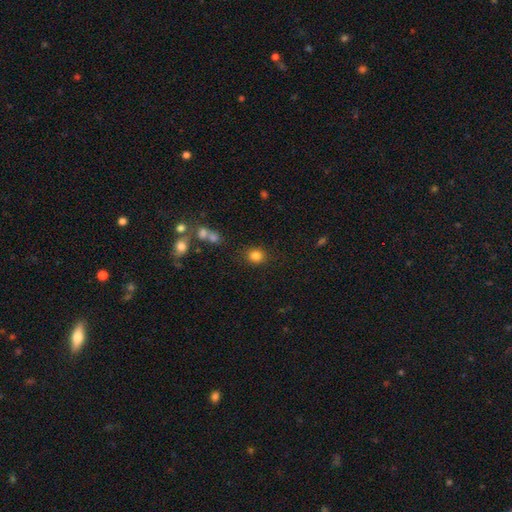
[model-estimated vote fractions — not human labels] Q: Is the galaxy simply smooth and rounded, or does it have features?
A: smooth — 83%.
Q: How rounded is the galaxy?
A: round — 81%.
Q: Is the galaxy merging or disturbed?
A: none — 85%.